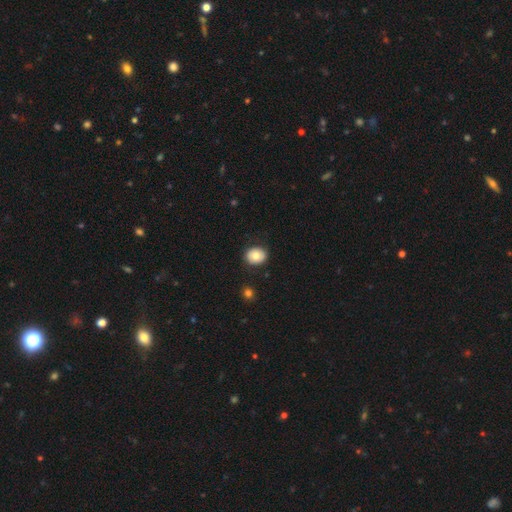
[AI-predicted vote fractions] This is likely a smooth galaxy (76%). How rounded: possibly round (60%). Merging: clearly none (86%).